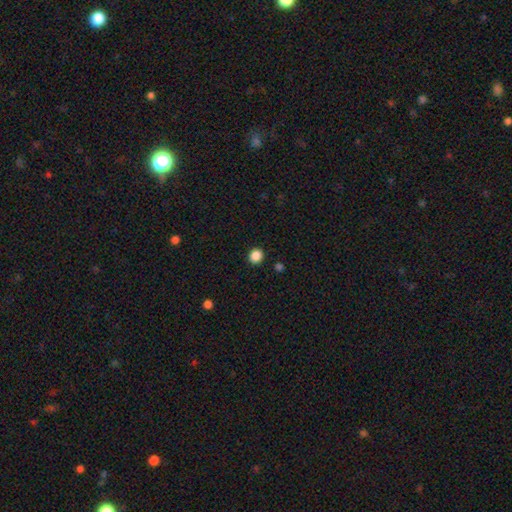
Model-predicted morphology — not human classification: Overall: smooth (86%). How rounded: round (88%). Merging: none (92%).